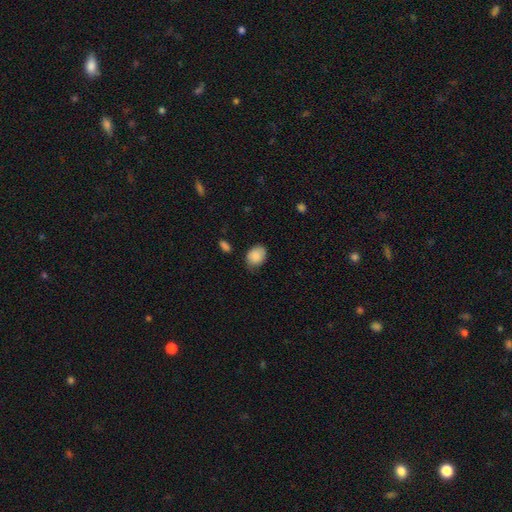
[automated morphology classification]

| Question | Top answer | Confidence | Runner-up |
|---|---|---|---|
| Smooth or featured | smooth | 88% | star or artifact (7%) |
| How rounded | in between | 58% | round (41%) |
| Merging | none | 67% | minor disturbance (26%) |